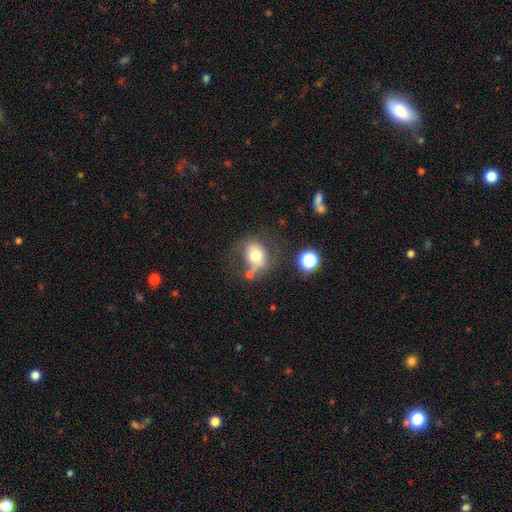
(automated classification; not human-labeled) A smooth galaxy with no disk features (67%) that is round (51%).

Vote fractions:
- Smooth or featured? smooth: 67% / featured or disk: 22% / star or artifact: 11%
- How rounded? round: 51% / in between: 48% / cigar-shaped: 1%
- Merging? none: 49% / minor disturbance: 23% / merger: 15% / major disturbance: 13%